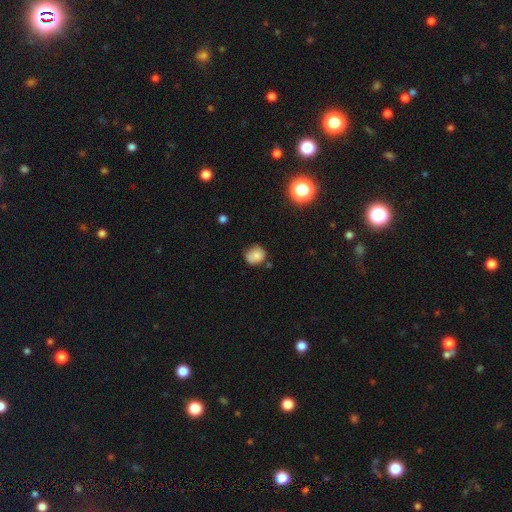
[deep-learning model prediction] This appears to be a smooth galaxy with no disk features (79%) that is round (76%). Merging: none (66%).